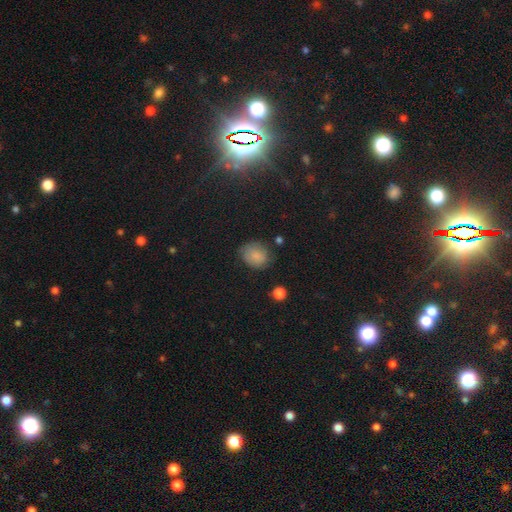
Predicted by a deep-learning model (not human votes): Morphology: type=smooth (83%); roundness=round (64%); merging=none (70%).